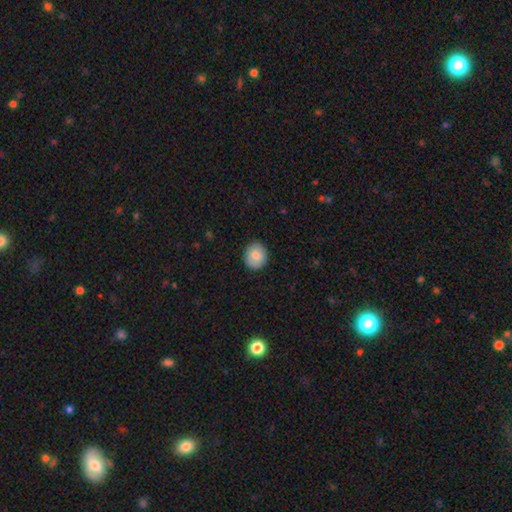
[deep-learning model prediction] The model was most divided on "how rounded": round: 68%, in between: 31%, cigar-shaped: 1%. More confident: merging — none (89%); smooth or featured — smooth (82%).